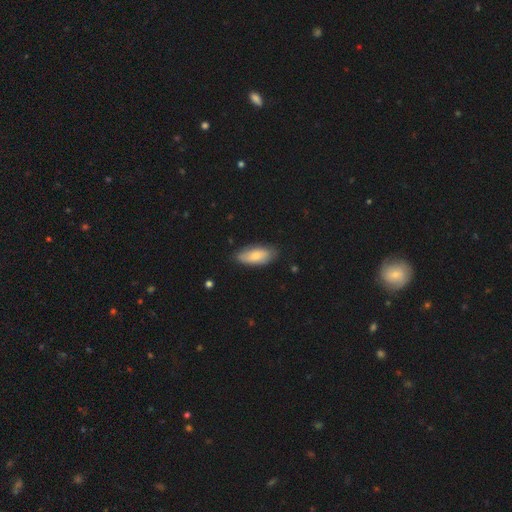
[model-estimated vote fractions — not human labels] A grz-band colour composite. It shows a smooth galaxy with no disk features (76%) that is in between round and cigar-shaped (85%). Merging: none (79%).